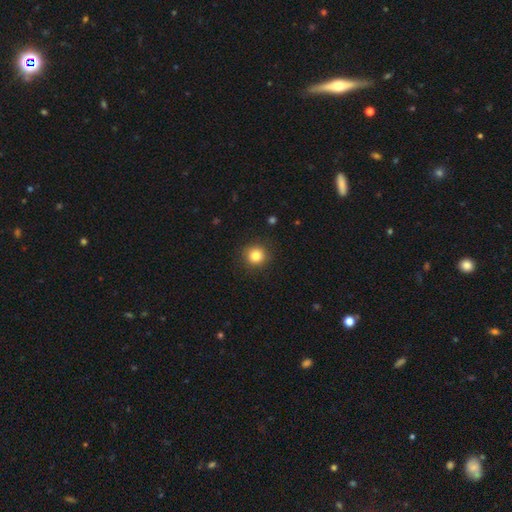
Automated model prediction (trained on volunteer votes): Smooth or featured? Predicted: smooth (p=0.84). How rounded? Predicted: round (p=0.93). Merging? Predicted: none (p=0.91).